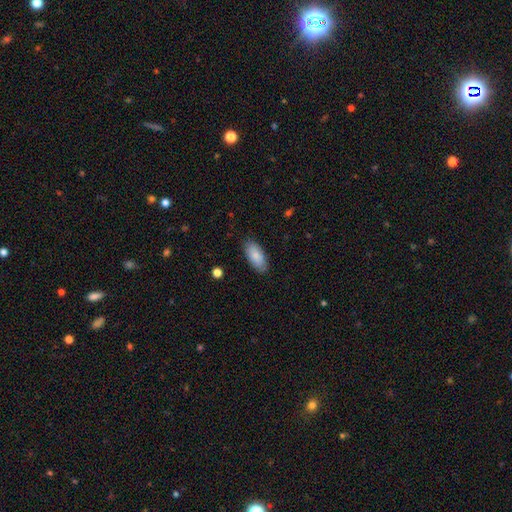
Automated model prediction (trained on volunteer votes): Smooth or featured? Predicted: smooth (p=0.85). How rounded? Predicted: in between (p=0.90). Merging? Predicted: none (p=0.86).